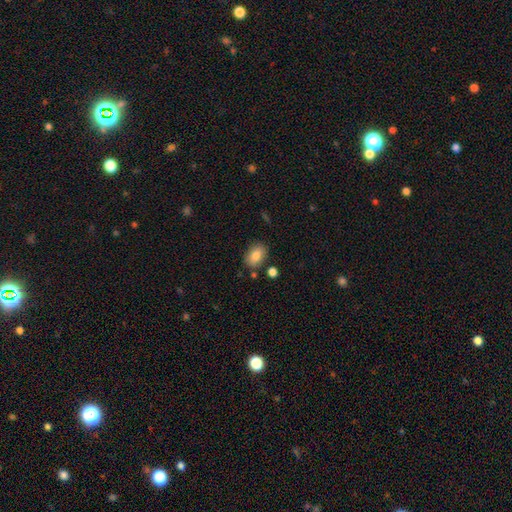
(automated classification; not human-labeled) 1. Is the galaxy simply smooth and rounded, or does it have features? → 84% smooth, 9% featured or disk, 8% star or artifact.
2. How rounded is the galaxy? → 81% in between, 18% round, 1% cigar-shaped.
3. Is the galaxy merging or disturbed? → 80% none, 12% minor disturbance, 5% merger, 3% major disturbance.